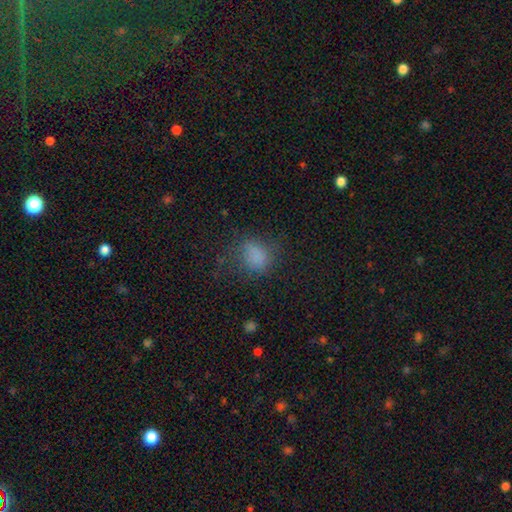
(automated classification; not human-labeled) Smooth or featured? Predicted: smooth (p=0.77). How rounded? Predicted: in between (p=0.53). Merging? Predicted: none (p=0.60).